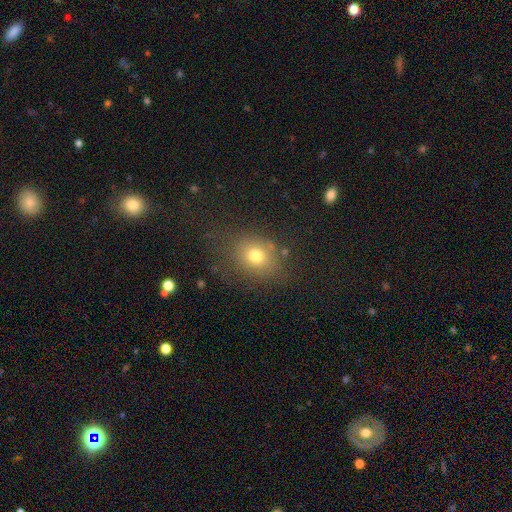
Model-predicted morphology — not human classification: Smooth or featured? Predicted: smooth (p=0.75). How rounded? Predicted: round (p=0.56). Merging? Predicted: none (p=0.74).